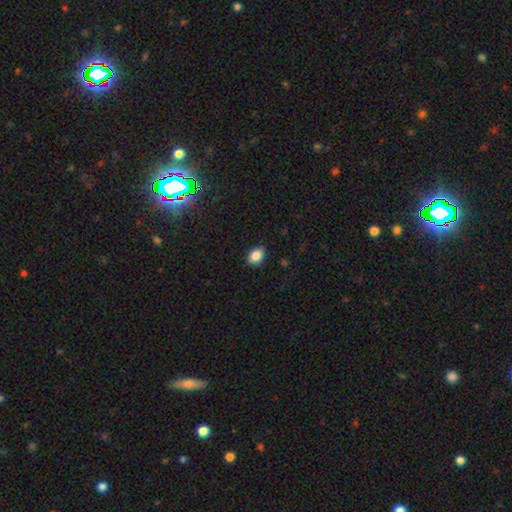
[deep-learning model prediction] Smooth or featured? smooth (87%)
How rounded? in between (76%)
Merging? none (84%)